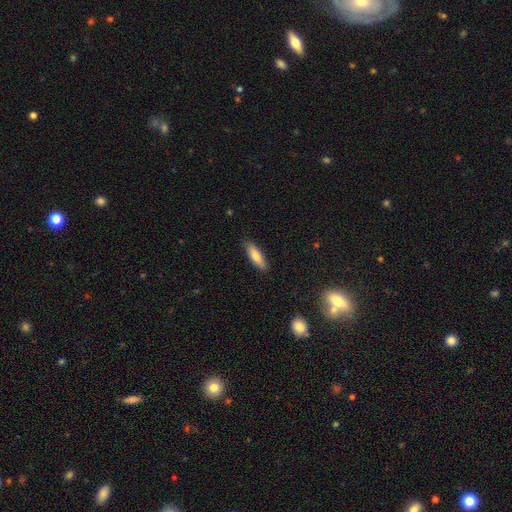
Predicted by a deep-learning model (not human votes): The model was most divided on "how rounded": cigar-shaped: 57%, in between: 41%, round: 2%. More confident: merging — none (87%); smooth or featured — smooth (77%).